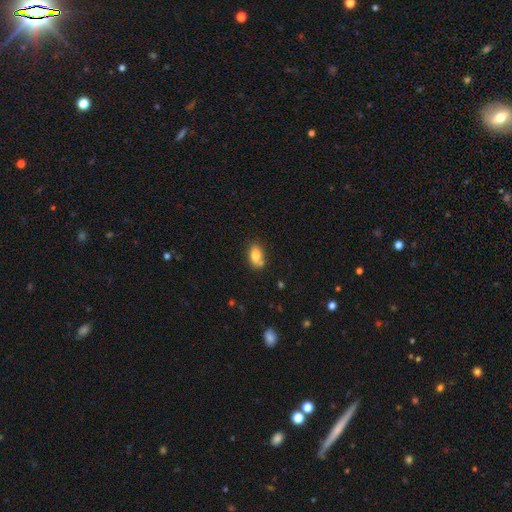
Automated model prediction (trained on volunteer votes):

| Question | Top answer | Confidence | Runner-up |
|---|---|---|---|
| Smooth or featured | smooth | 79% | featured or disk (13%) |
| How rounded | in between | 83% | round (15%) |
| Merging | none | 60% | minor disturbance (19%) |